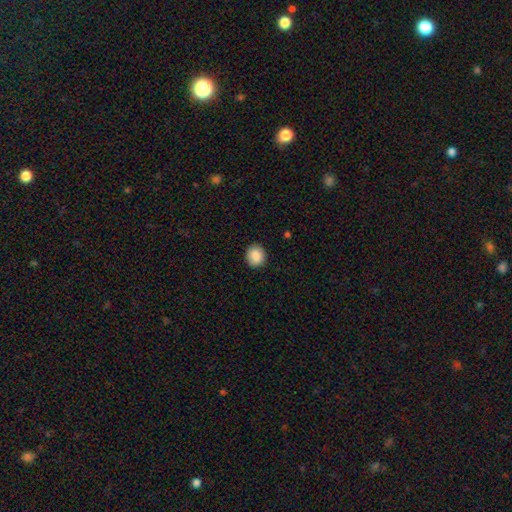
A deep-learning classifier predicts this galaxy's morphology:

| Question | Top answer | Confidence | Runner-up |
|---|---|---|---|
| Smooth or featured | smooth | 87% | star or artifact (8%) |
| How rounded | round | 82% | in between (17%) |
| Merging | none | 89% | minor disturbance (8%) |